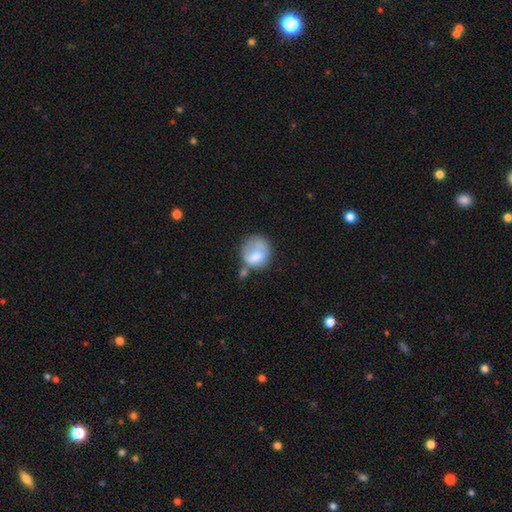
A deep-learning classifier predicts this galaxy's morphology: The model was most divided on "merging": none: 37%, minor disturbance: 24%, major disturbance: 20%, merger: 18%. More confident: how rounded — round (70%); smooth or featured — smooth (69%).